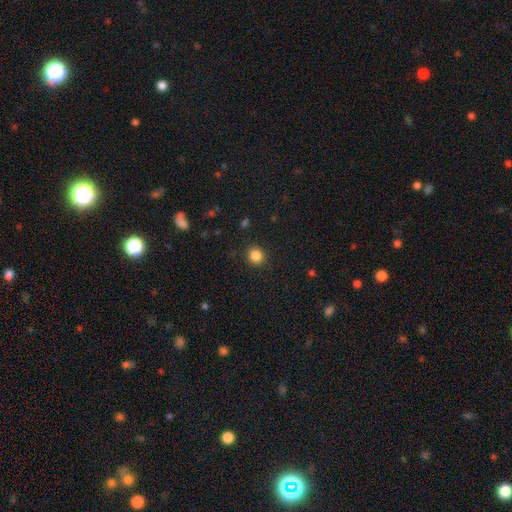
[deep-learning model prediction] smooth-or-featured: smooth: 85% | star or artifact: 11% | featured or disk: 4%
  how-rounded: round: 85% | in between: 14% | cigar-shaped: 1%
  merging: none: 90% | minor disturbance: 7% | major disturbance: 3% | merger: 1%